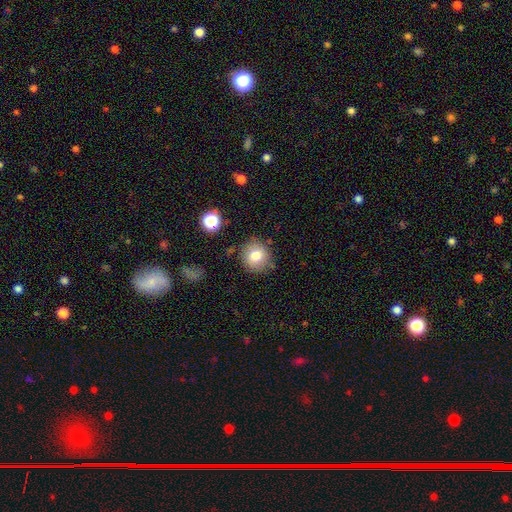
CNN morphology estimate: smooth_or_featured: smooth (p=0.78) [alt: featured or disk p=0.11]
how_rounded: round (p=0.89) [alt: in between p=0.10]
merging: none (p=0.79) [alt: minor disturbance p=0.14]